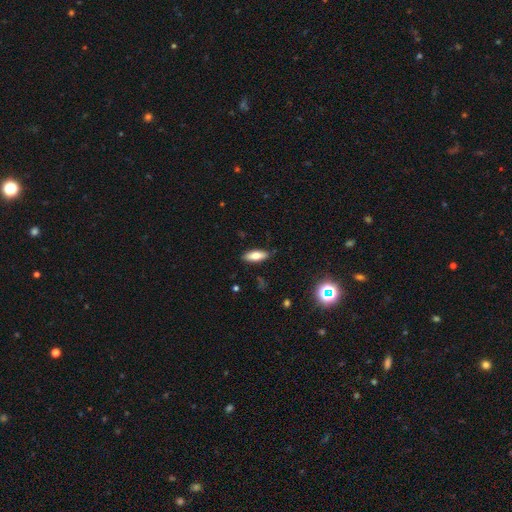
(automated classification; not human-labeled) This appears to be a smooth galaxy with no disk features (77%) that is in between round and cigar-shaped (69%). Merging: none (87%).